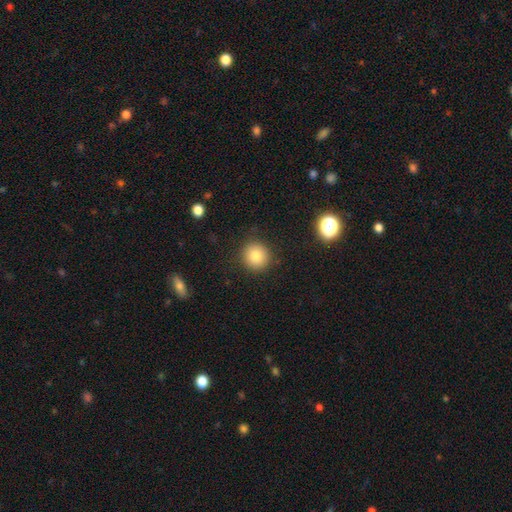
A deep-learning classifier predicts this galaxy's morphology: A smooth galaxy with no disk features (83%) that is round (92%).

Vote fractions:
- Smooth or featured? smooth: 83% / star or artifact: 10% / featured or disk: 6%
- How rounded? round: 92% / in between: 7% / cigar-shaped: 1%
- Merging? none: 89% / minor disturbance: 7% / major disturbance: 3% / merger: 1%